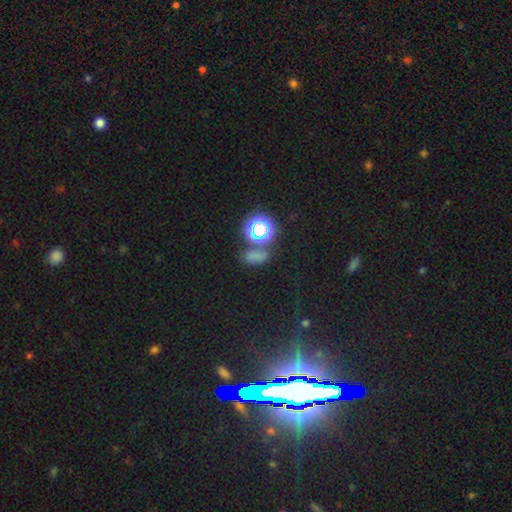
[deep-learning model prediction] Overall: smooth (50%; star or artifact 43%). Merging: none (65%).